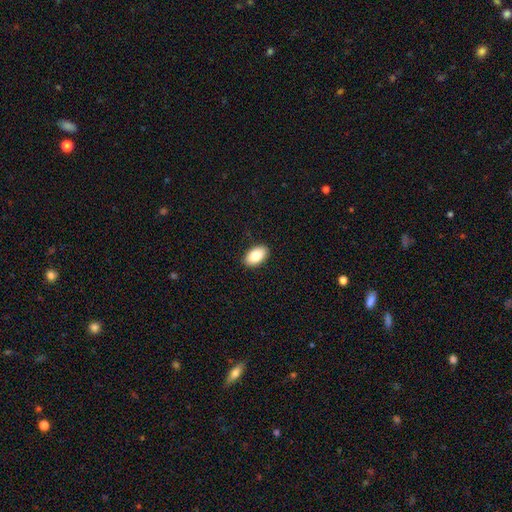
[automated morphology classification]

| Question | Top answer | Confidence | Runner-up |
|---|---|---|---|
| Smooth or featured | smooth | 82% | featured or disk (11%) |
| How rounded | in between | 93% | round (5%) |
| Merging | none | 90% | minor disturbance (7%) |